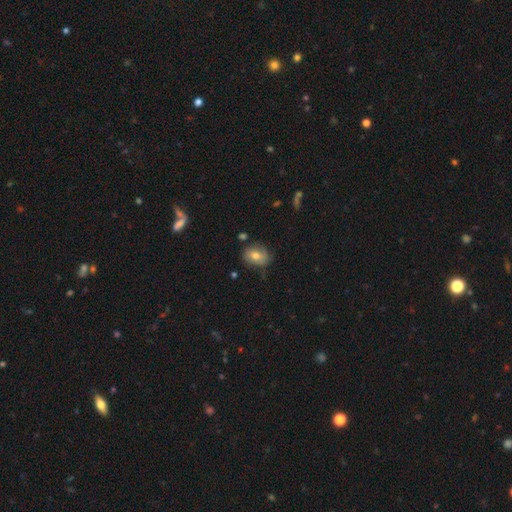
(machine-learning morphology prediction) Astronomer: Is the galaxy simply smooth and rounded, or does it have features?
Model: smooth — 65%.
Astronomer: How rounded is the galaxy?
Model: in between — 60% (runner-up: round, 39%).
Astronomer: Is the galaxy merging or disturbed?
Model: none — 67%.